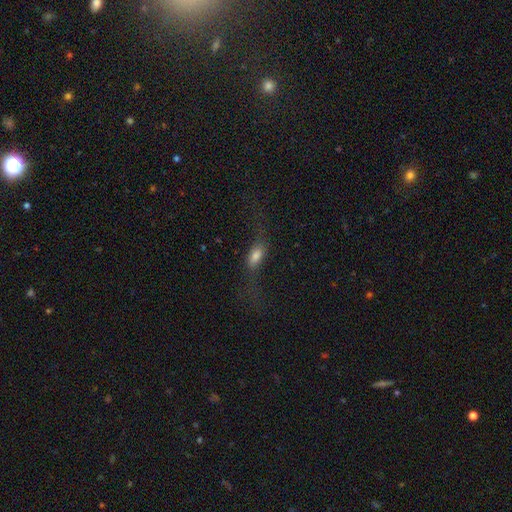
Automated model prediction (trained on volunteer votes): Smooth or featured?
  - smooth: 59% *
  - featured or disk: 28%
  - star or artifact: 12%
How rounded?
  - in between: 70% *
  - cigar-shaped: 22%
  - round: 8%
Merging?
  - none: 47% *
  - major disturbance: 31%
  - minor disturbance: 19%
  - merger: 3%